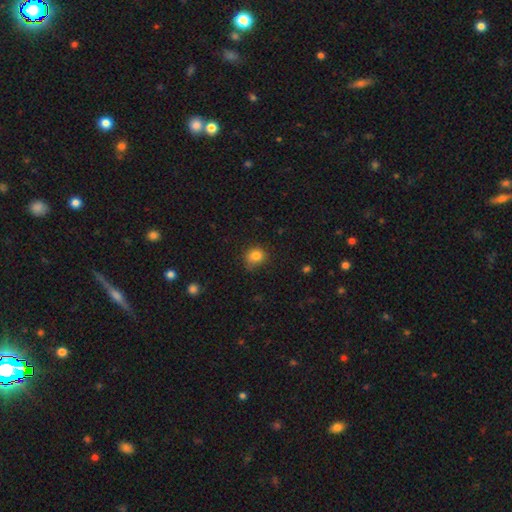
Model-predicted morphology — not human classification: Smooth or featured? Predicted: smooth (p=0.83). How rounded? Predicted: round (p=0.78). Merging? Predicted: none (p=0.68).